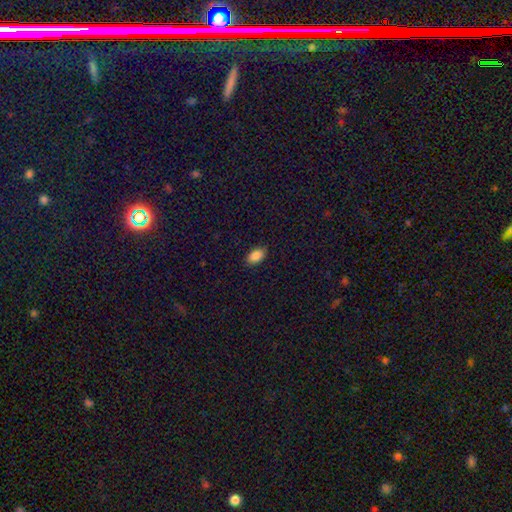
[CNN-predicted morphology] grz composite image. It shows a smooth galaxy with no disk features (87%) that is in between round and cigar-shaped (91%). Merging: none (86%).